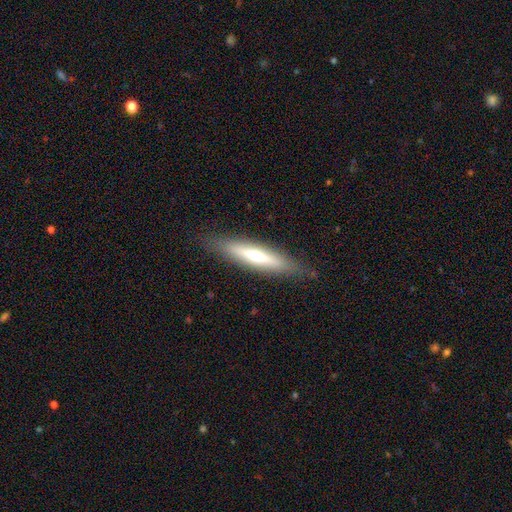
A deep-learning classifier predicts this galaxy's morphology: The model was most divided on "smooth or featured": smooth: 48%, featured or disk: 46%, star or artifact: 6%. More confident: merging — none (86%).